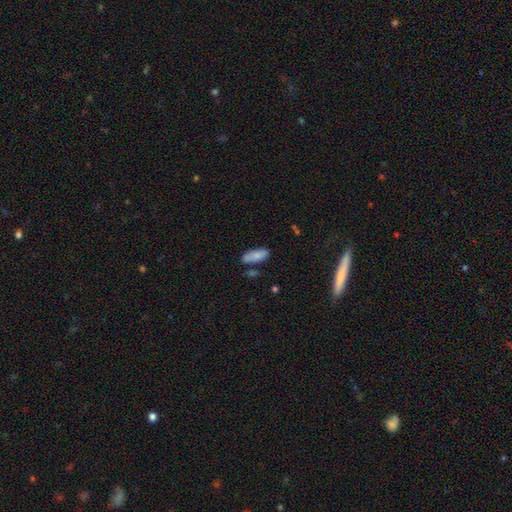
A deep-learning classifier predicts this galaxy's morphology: A smooth galaxy with no disk features (82%) that is in between round and cigar-shaped (76%). Merging: none (68%).